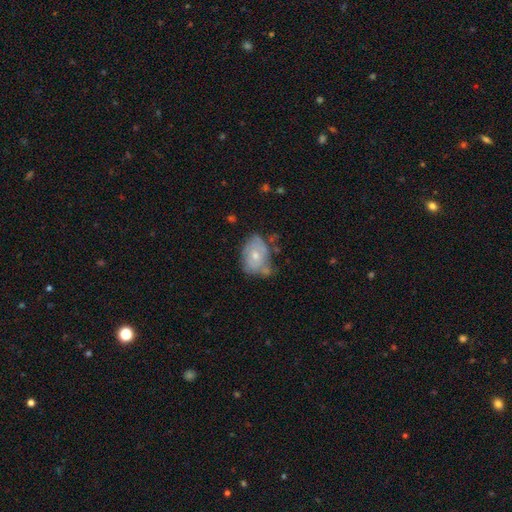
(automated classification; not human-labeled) smooth_or_featured: featured or disk (p=0.55) [alt: smooth p=0.38]
disk_edge_on: no (p=0.96) [alt: yes p=0.04]
bar: no (p=0.81) [alt: weak p=0.16]
has_spiral_arms: yes (p=0.56) [alt: no p=0.44]
bulge_size: moderate (p=0.53) [alt: small p=0.43]
merging: none (p=0.43) [alt: minor disturbance p=0.33]